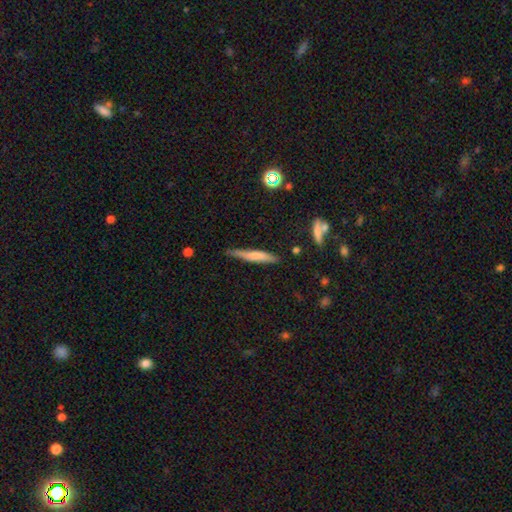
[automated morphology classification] smooth_or_featured: smooth (p=0.62) [alt: featured or disk p=0.31]
how_rounded: cigar-shaped (p=0.92) [alt: in between p=0.07]
merging: none (p=0.68) [alt: minor disturbance p=0.24]